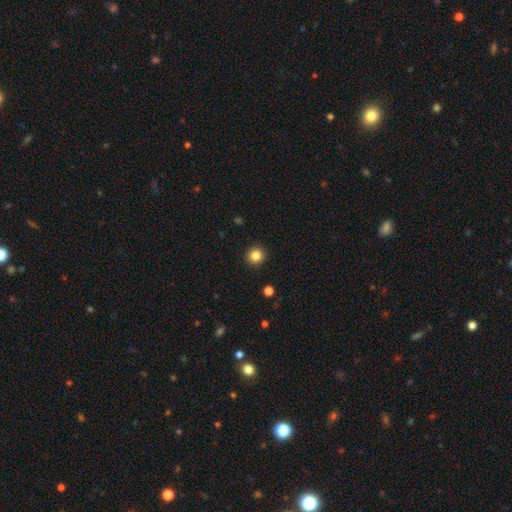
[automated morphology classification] smooth-or-featured: smooth: 84% | star or artifact: 11% | featured or disk: 5%
  how-rounded: round: 94% | in between: 5% | cigar-shaped: 1%
  merging: none: 93% | minor disturbance: 4% | major disturbance: 2% | merger: 1%